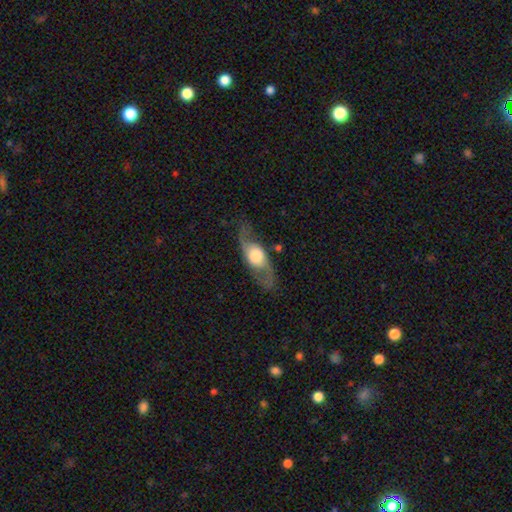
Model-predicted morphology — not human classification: Smooth or featured?
  - featured or disk: 69% *
  - smooth: 26%
  - star or artifact: 6%
Edge-on disk?
  - no: 75% *
  - yes: 25%
Bar?
  - no: 70% *
  - weak: 23%
  - strong: 7%
Spiral arms?
  - yes: 79% *
  - no: 21%
Bulge size?
  - large: 50% *
  - moderate: 33%
  - dominant: 10%
  - small: 6%
  - none: 2%
Merging?
  - none: 72% *
  - minor disturbance: 16%
  - major disturbance: 10%
  - merger: 2%